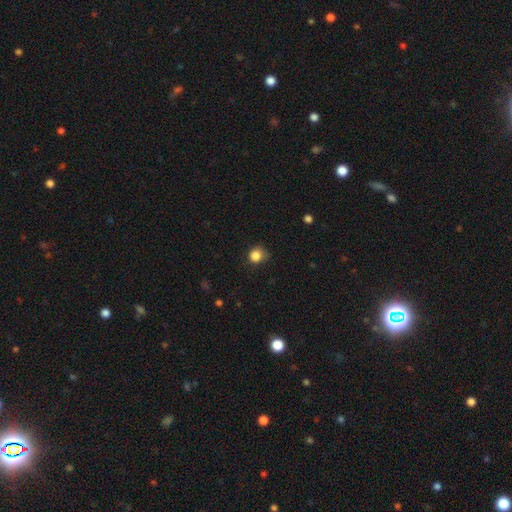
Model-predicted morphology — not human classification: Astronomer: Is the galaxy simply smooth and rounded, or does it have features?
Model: smooth — 85%.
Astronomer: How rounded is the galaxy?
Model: round — 83%.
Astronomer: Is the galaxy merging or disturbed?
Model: none — 67%.